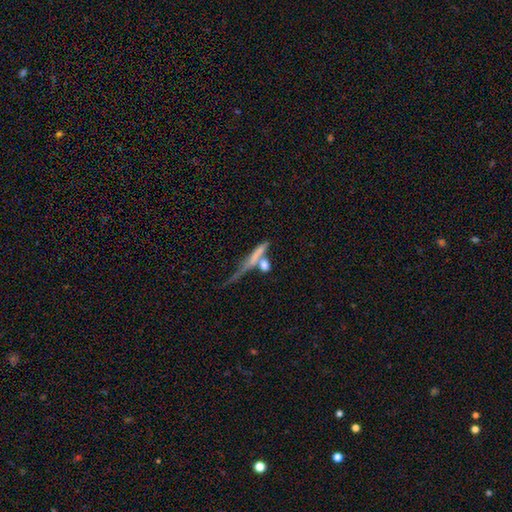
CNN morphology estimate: Q: Smooth or featured?
A: smooth (51%); runner-up: featured or disk (38%)
Q: How rounded?
A: cigar-shaped (77%); runner-up: in between (14%)
Q: Merging?
A: none (39%); runner-up: merger (32%)